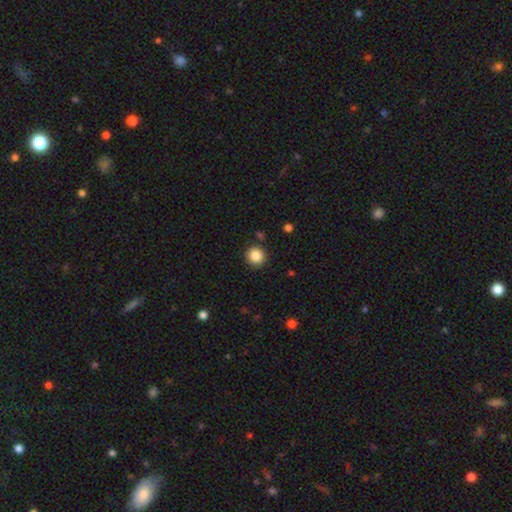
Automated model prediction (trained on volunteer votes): A smooth galaxy with no disk features (85%) that is round (92%). Merging: none (90%).